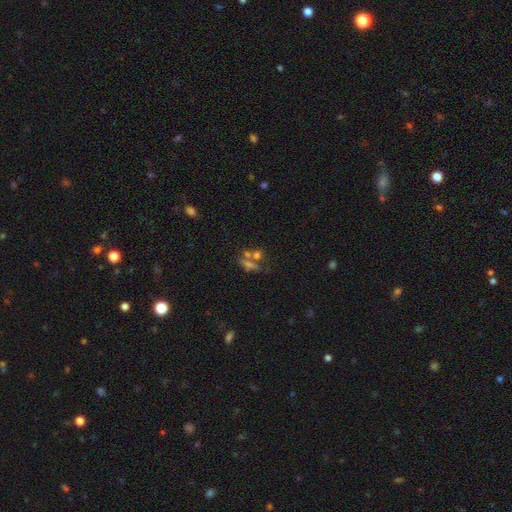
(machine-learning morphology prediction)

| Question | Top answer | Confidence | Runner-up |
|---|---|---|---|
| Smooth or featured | smooth | 46% | star or artifact (32%) |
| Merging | none | 48% | merger (34%) |